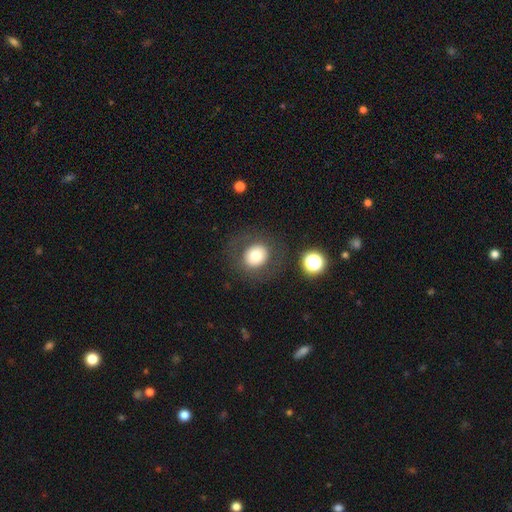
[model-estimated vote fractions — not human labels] Smooth or featured? Predicted: smooth (p=0.71). How rounded? Predicted: round (p=0.78). Merging? Predicted: none (p=0.81).